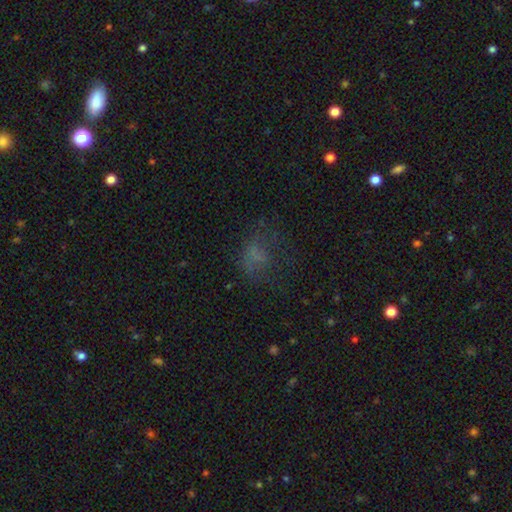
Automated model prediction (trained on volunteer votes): Overall: smooth (54%; star or artifact 25%). How rounded: in between (58%; round 39%). Merging: none (50%; major disturbance 27%).